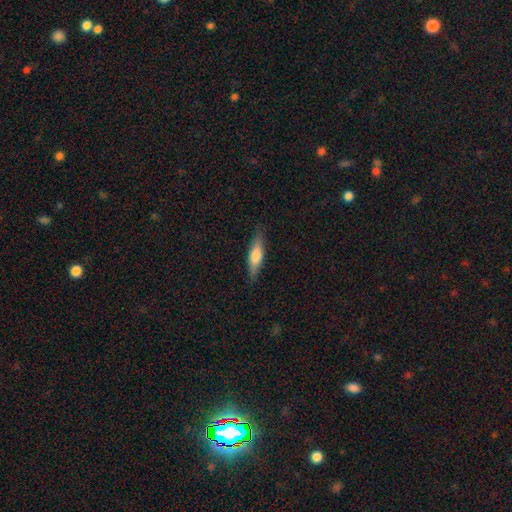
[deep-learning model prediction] smooth-or-featured: smooth: 64% | featured or disk: 30% | star or artifact: 6%
  how-rounded: cigar-shaped: 65% | in between: 33% | round: 2%
  merging: none: 86% | minor disturbance: 11% | major disturbance: 2% | merger: 1%